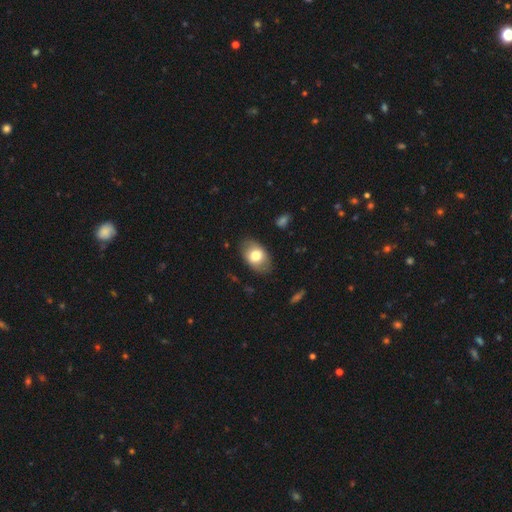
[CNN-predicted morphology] Smooth or featured? Predicted: smooth (p=0.74). How rounded? Predicted: in between (p=0.86). Merging? Predicted: none (p=0.82).